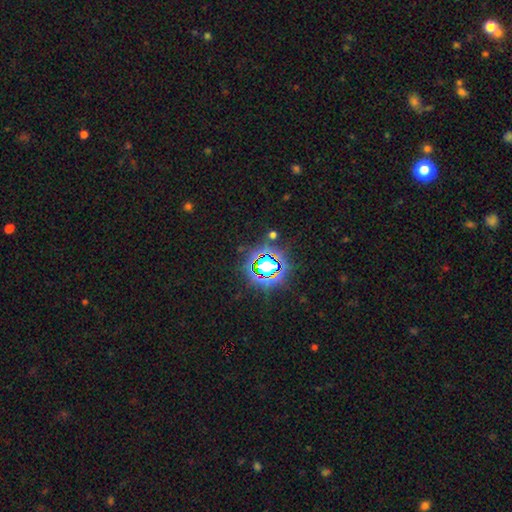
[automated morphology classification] A star or artifact, not a galaxy (77%).

Vote fractions:
- Smooth or featured? star or artifact: 77% / smooth: 15% / featured or disk: 8%